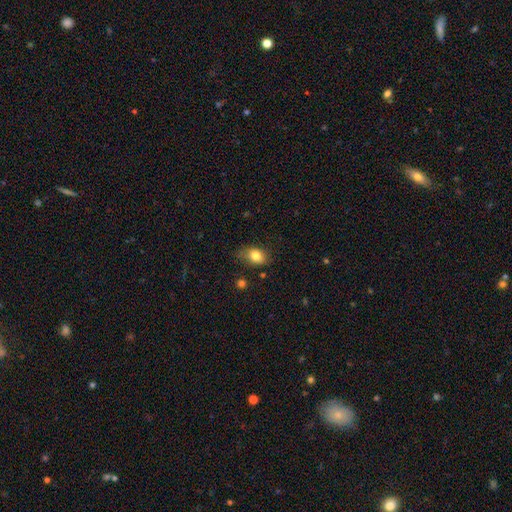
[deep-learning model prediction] Smooth or featured? smooth (81%)
How rounded? in between (79%)
Merging? none (67%)